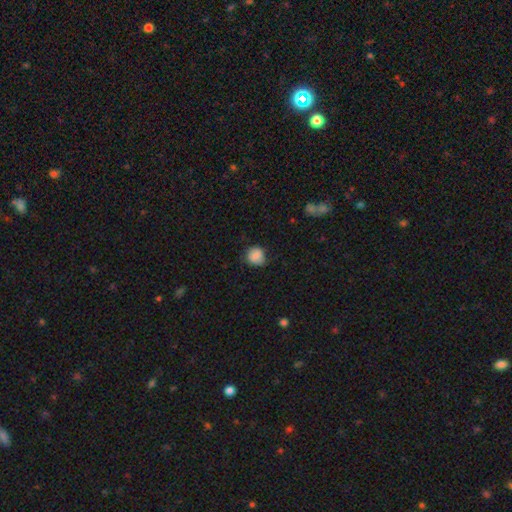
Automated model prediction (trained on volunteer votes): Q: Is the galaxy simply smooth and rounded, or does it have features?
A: smooth — 84%.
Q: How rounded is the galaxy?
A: round — 82%.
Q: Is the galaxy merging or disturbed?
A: none — 68%.